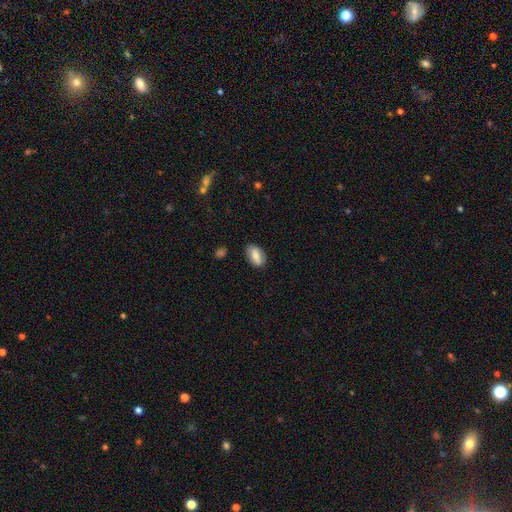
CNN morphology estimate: This is likely a smooth galaxy (71%). How rounded: clearly in between (89%). Merging: clearly none (84%).